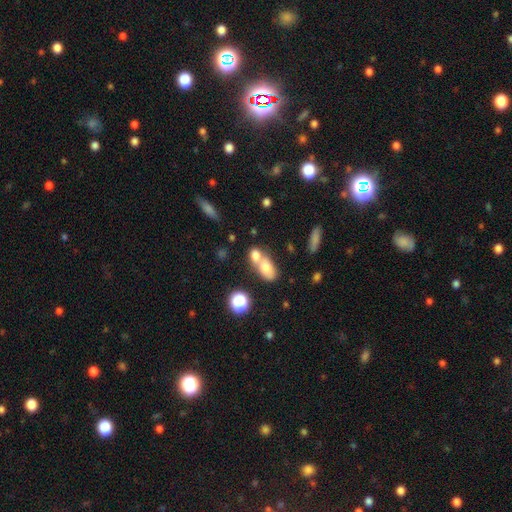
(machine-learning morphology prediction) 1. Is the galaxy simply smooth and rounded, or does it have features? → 72% smooth, 16% featured or disk, 12% star or artifact.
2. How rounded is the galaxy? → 65% in between, 30% round, 5% cigar-shaped.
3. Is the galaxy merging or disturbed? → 62% merger, 27% none, 8% minor disturbance, 4% major disturbance.